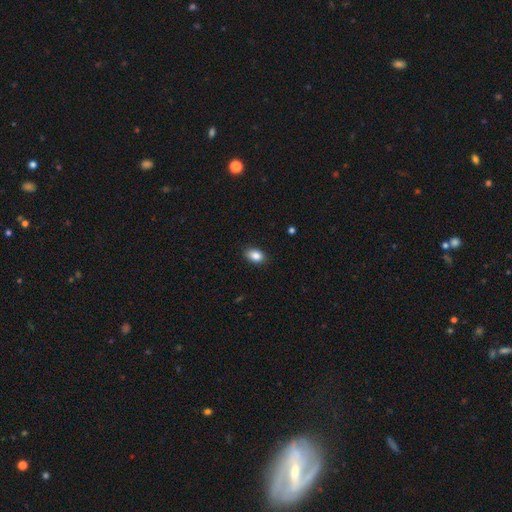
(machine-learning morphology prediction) smooth 86%, star or artifact 8%, featured or disk 5%. Down the decision tree: how rounded — in between (85%); merging — none (88%).